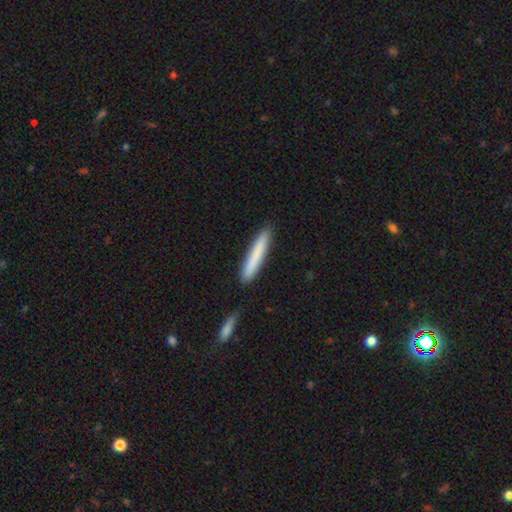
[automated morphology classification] Smooth or featured? smooth (79%)
How rounded? cigar-shaped (94%)
Merging? none (87%)